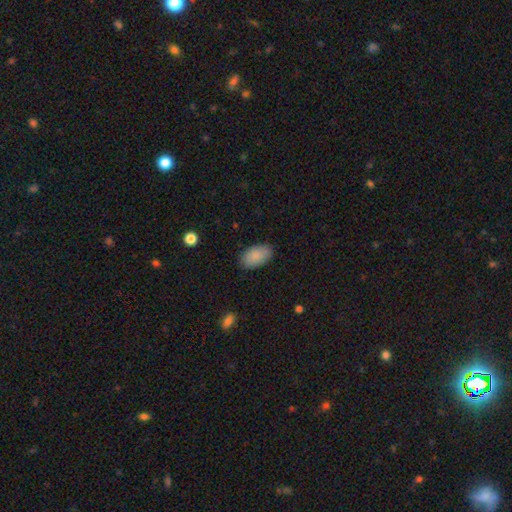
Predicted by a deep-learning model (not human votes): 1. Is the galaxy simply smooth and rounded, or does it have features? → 89% smooth, 7% star or artifact, 5% featured or disk.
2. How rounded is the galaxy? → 95% in between, 4% round, 2% cigar-shaped.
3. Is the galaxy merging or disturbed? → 86% none, 11% minor disturbance, 3% major disturbance, 1% merger.